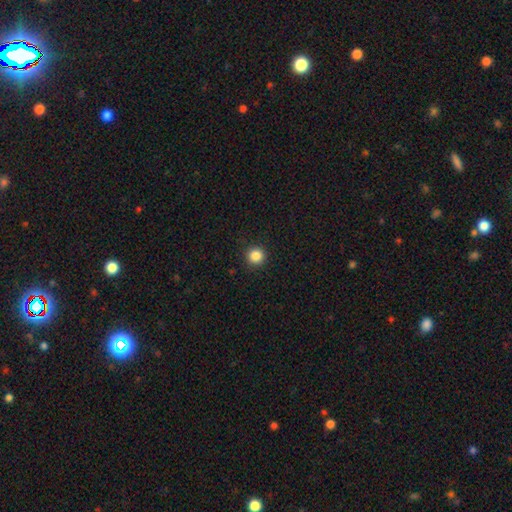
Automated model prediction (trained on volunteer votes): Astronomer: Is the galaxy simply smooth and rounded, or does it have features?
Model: smooth — 86%.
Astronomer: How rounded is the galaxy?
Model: round — 96%.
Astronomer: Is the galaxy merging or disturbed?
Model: none — 92%.